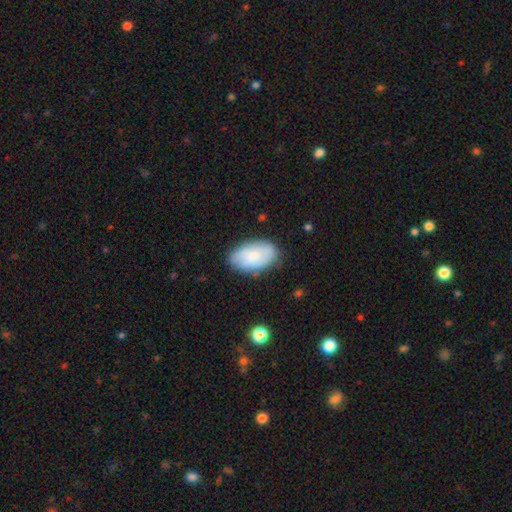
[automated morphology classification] Overall: smooth (74%). How rounded: in between (93%). Merging: none (77%).